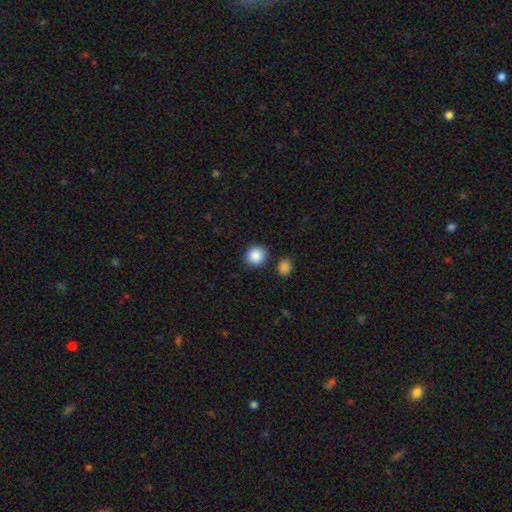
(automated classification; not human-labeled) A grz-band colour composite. It shows a smooth galaxy with no disk features (89%) that is round (89%). Merging: none (85%).